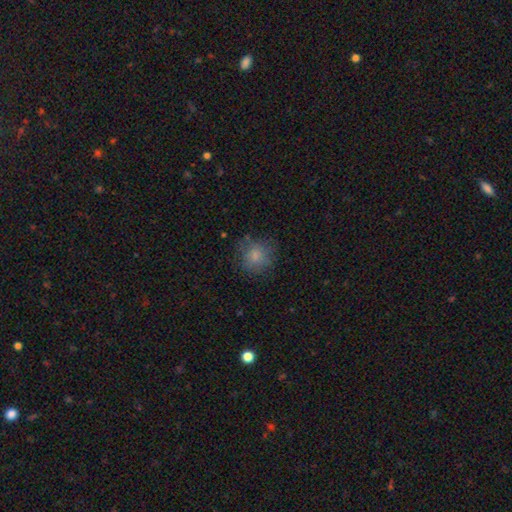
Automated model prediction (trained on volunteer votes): This appears to be a smooth galaxy with no disk features (79%) that is round (84%). Merging: none (71%).